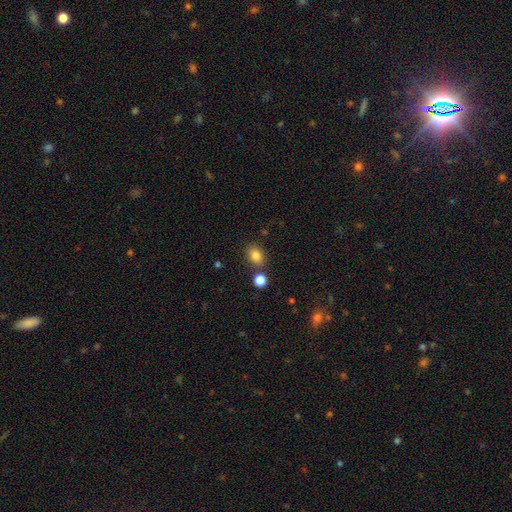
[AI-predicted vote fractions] Smooth or featured: smooth — 83% (star or artifact — 11%)
How rounded: in between — 60% (round — 39%)
Merging: none — 77% (minor disturbance — 11%)